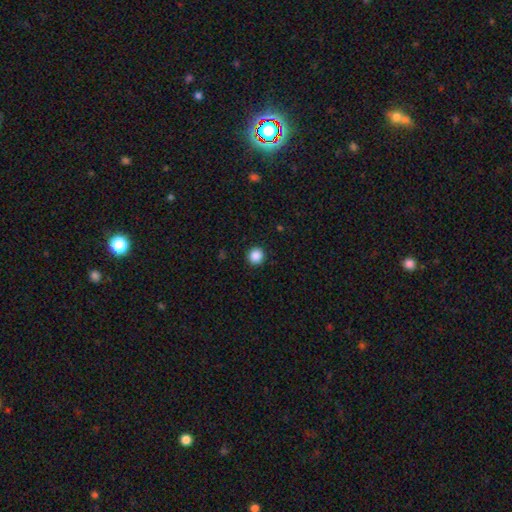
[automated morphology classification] smooth_or_featured: smooth (p=0.88) [alt: star or artifact p=0.10]
how_rounded: round (p=0.93) [alt: in between p=0.07]
merging: none (p=0.92) [alt: minor disturbance p=0.05]